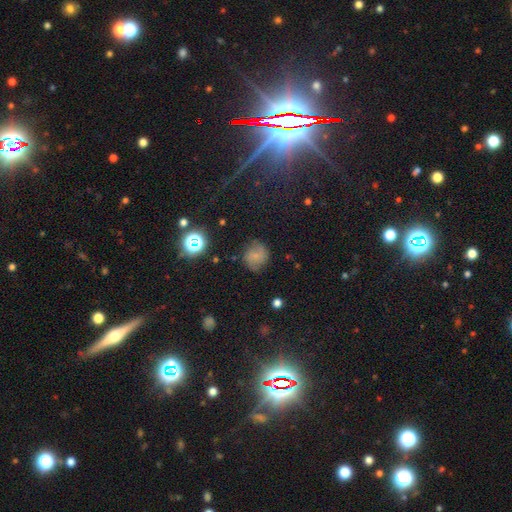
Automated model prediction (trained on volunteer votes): A smooth galaxy with no disk features (56%) that is round (79%).

Vote fractions:
- Smooth or featured? smooth: 56% / featured or disk: 27% / star or artifact: 17%
- How rounded? round: 79% / in between: 20% / cigar-shaped: 1%
- Merging? none: 70% / minor disturbance: 21% / major disturbance: 8% / merger: 2%